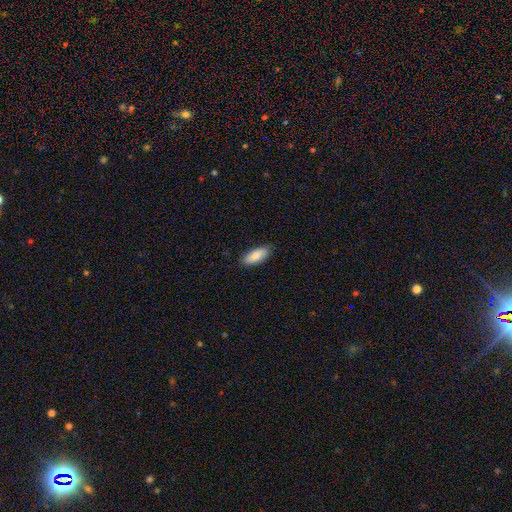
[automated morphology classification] type=smooth (86%); roundness=in between (80%); merging=none (87%).